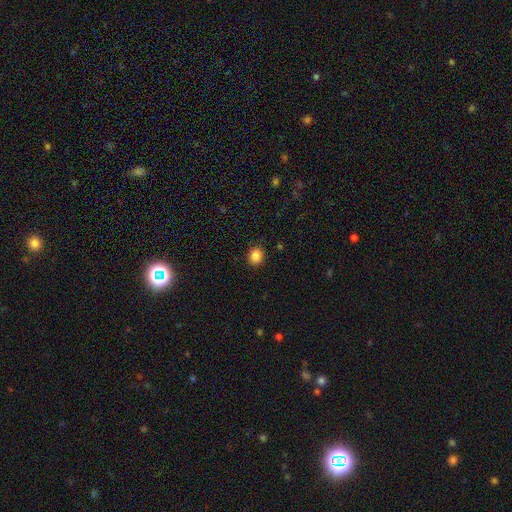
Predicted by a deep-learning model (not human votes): Morphology: type=smooth (87%); roundness=round (66%); merging=none (88%).